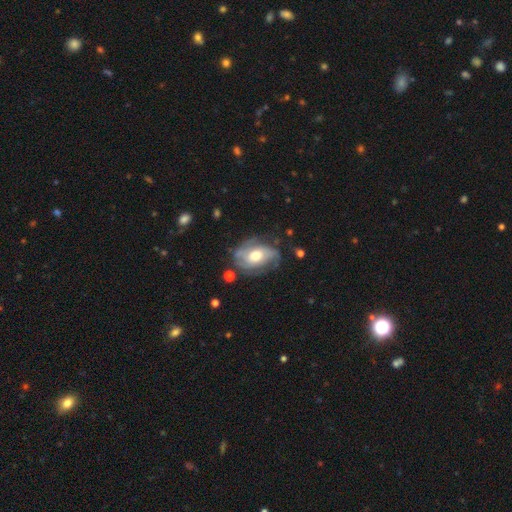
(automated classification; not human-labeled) Smooth or featured? Predicted: featured or disk (p=0.76). Edge-on disk? Predicted: no (p=0.96). Bar? Predicted: no (p=0.66). Spiral arms? Predicted: yes (p=0.87). Spiral winding? Predicted: tight (p=0.42). Spiral arm count? Predicted: 2 (p=0.36). Bulge size? Predicted: moderate (p=0.65). Merging? Predicted: none (p=0.61).